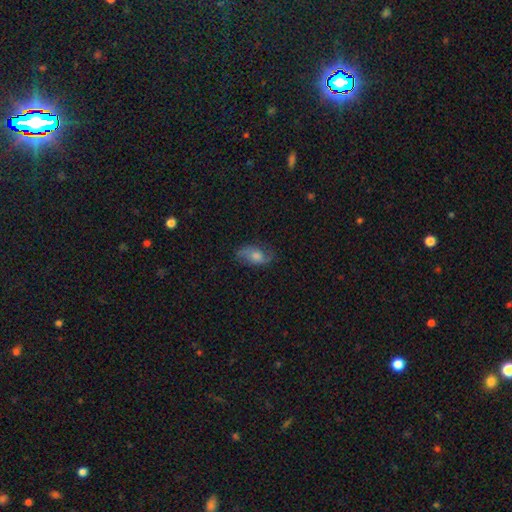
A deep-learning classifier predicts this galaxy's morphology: type=featured or disk (51%); edge-on=no (91%); merging=none (72%).